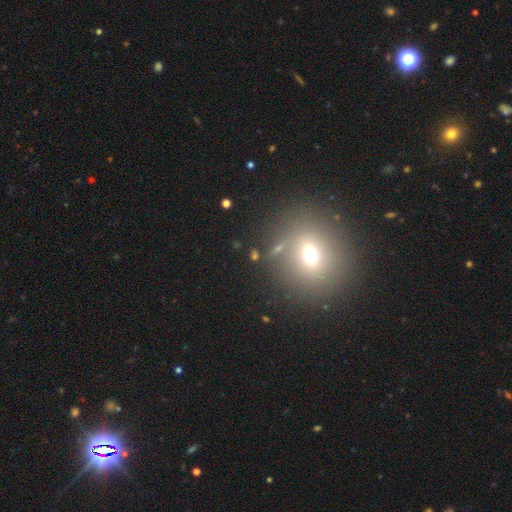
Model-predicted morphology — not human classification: type=smooth (52%); roundness=round (77%); merging=none (77%).